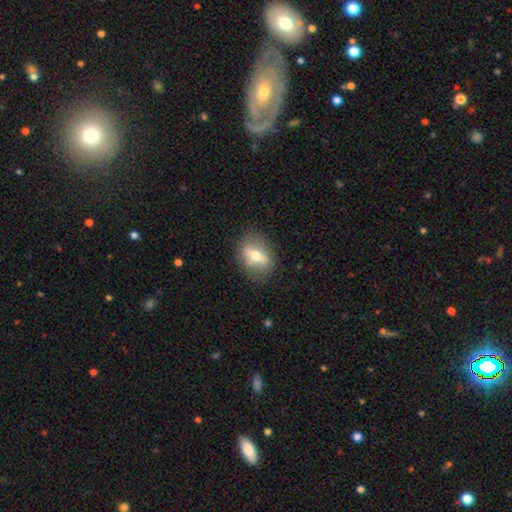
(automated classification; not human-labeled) Overall: featured or disk (50%; smooth 42%). Merging: none (79%).